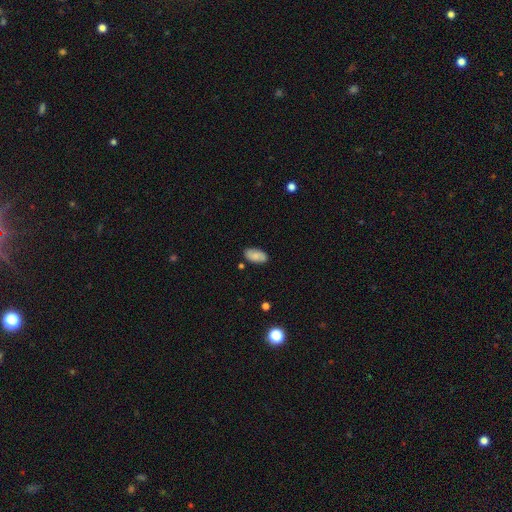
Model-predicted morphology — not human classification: Smooth or featured: smooth — 76% (featured or disk — 17%)
How rounded: in between — 94% (round — 3%)
Merging: none — 82% (minor disturbance — 13%)